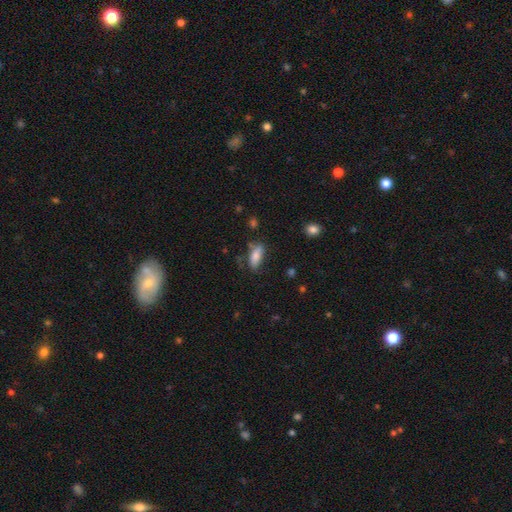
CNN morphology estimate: Smooth or featured? Predicted: smooth (p=0.80). How rounded? Predicted: in between (p=0.75). Merging? Predicted: none (p=0.64).